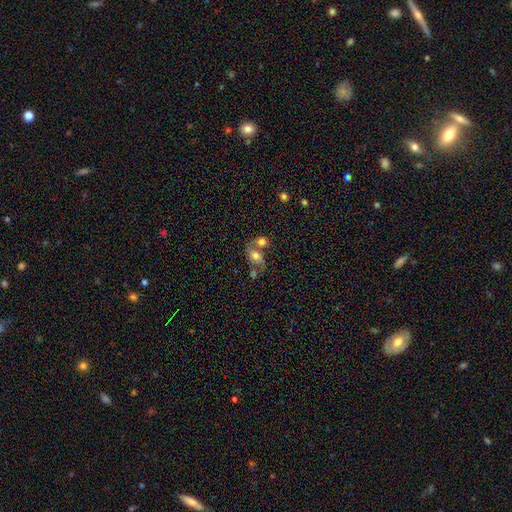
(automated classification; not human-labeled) Smooth or featured? smooth (58%)
How rounded? in between (73%)
Merging? merger (52%)